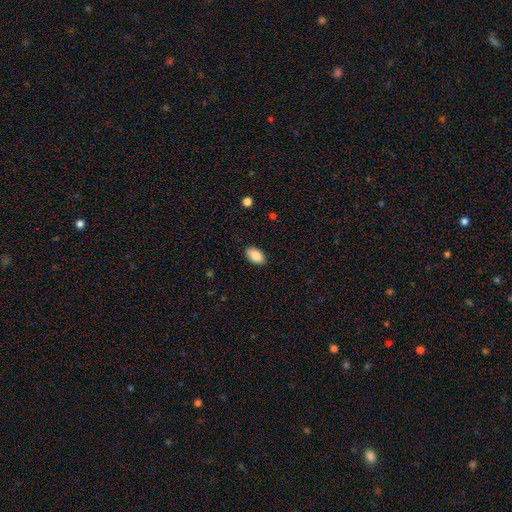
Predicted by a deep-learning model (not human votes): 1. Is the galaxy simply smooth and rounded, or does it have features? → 89% smooth, 7% star or artifact, 5% featured or disk.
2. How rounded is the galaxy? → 93% in between, 6% round, 1% cigar-shaped.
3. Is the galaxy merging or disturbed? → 87% none, 10% minor disturbance, 2% major disturbance, 1% merger.